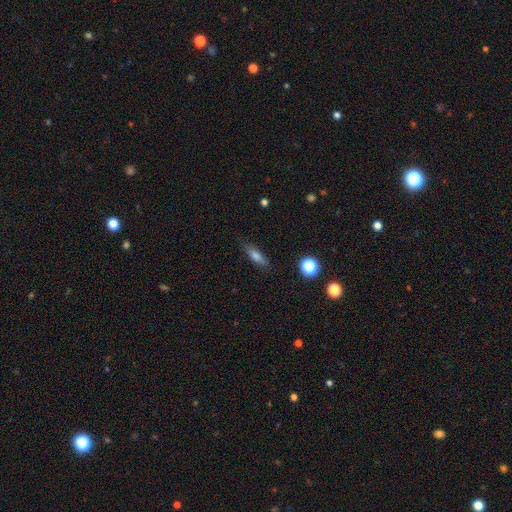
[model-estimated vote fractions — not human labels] Morphology: type=smooth (69%); roundness=cigar-shaped (58%); merging=none (84%).